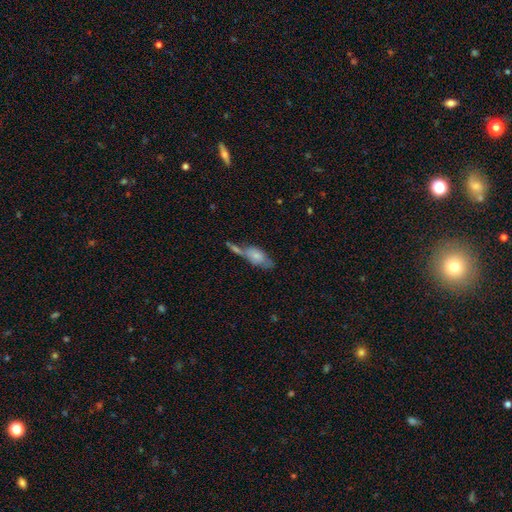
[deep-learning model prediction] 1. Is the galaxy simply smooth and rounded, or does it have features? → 65% smooth, 28% featured or disk, 7% star or artifact.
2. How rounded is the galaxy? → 84% in between, 12% cigar-shaped, 4% round.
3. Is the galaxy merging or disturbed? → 47% merger, 27% none, 15% minor disturbance, 10% major disturbance.